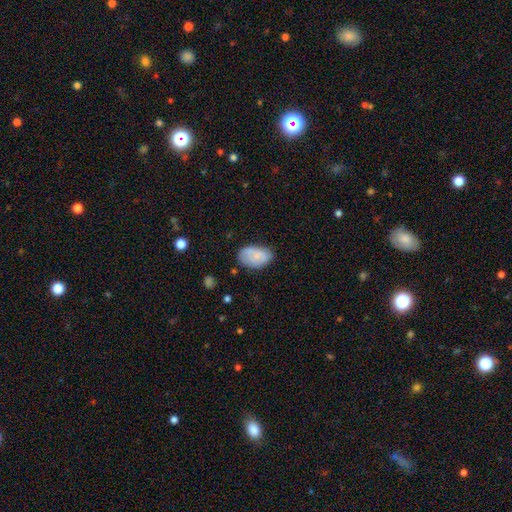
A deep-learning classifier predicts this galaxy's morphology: Q: Smooth or featured?
A: smooth (78%); runner-up: featured or disk (15%)
Q: How rounded?
A: in between (92%); runner-up: round (7%)
Q: Merging?
A: none (65%); runner-up: minor disturbance (26%)